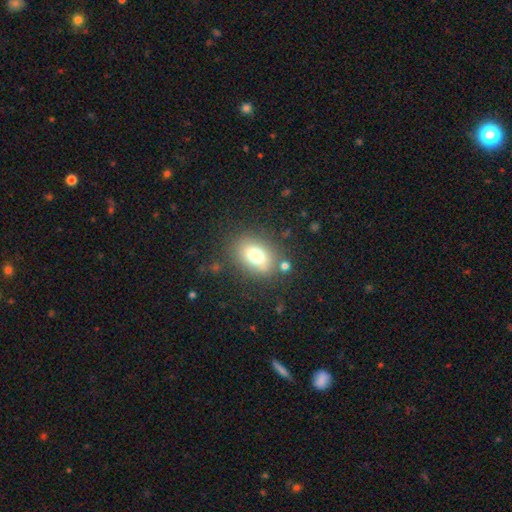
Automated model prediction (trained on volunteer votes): This is likely a smooth galaxy (72%). How rounded: likely in between (69%). Merging: likely none (78%).